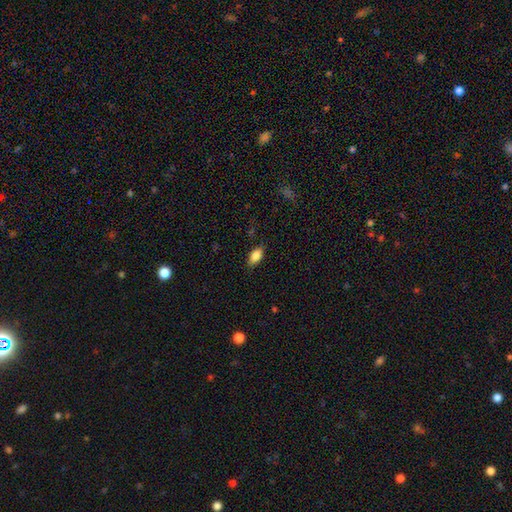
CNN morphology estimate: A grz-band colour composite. It shows a smooth galaxy with no disk features (85%) that is in between round and cigar-shaped (89%). Merging: none (83%).